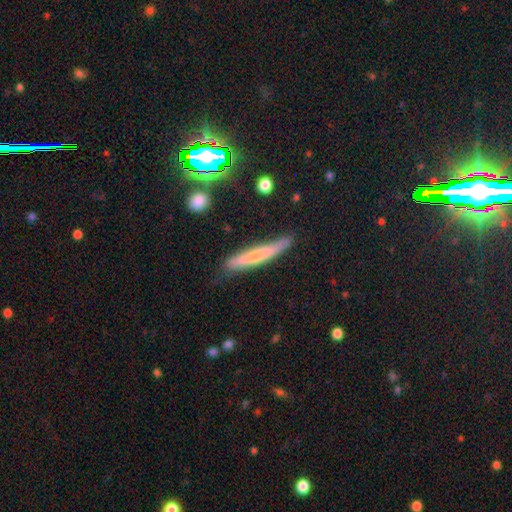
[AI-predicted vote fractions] smooth_or_featured: smooth (p=0.55) [alt: featured or disk p=0.36]
how_rounded: cigar-shaped (p=0.93) [alt: in between p=0.05]
merging: none (p=0.75) [alt: minor disturbance p=0.20]